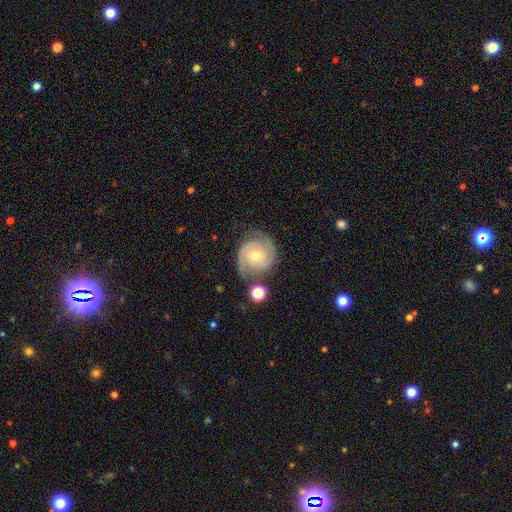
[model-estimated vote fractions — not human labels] This is clearly a featured or disk galaxy (87%). It is clearly not viewed edge-on (98%). Bar: likely no (67%). Spiral arm pattern: clearly yes (98%). Spiral arm count: clearly 2 (84%). Spiral winding: possibly tight (59%). Central bulge: possibly moderate (52%). Merging: likely none (75%).